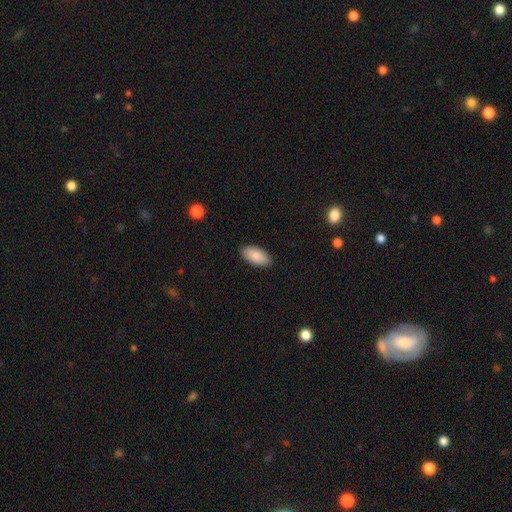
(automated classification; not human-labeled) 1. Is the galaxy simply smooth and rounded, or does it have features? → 89% smooth, 6% star or artifact, 5% featured or disk.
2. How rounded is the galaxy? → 94% in between, 4% cigar-shaped, 2% round.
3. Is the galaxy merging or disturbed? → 88% none, 9% minor disturbance, 2% major disturbance, 1% merger.